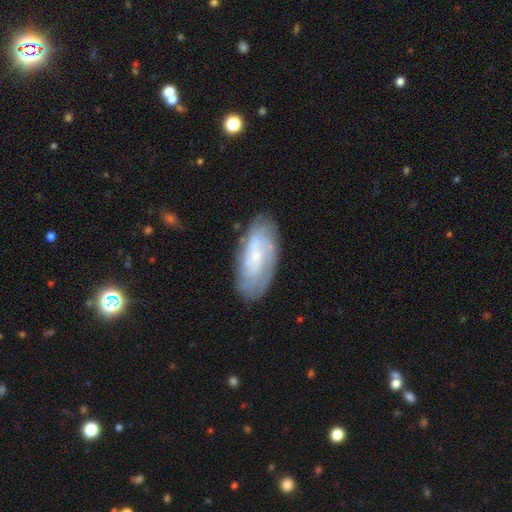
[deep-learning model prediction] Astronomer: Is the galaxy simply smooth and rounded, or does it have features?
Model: featured or disk — 67%.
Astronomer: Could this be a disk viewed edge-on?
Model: no — 91%.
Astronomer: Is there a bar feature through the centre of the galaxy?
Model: no — 65%.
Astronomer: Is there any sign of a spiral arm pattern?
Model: yes — 87%.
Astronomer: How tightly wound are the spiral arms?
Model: tight — 66%.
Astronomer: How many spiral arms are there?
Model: can't tell — 55%.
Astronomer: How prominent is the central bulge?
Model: small — 73%.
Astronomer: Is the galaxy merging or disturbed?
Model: none — 78%.